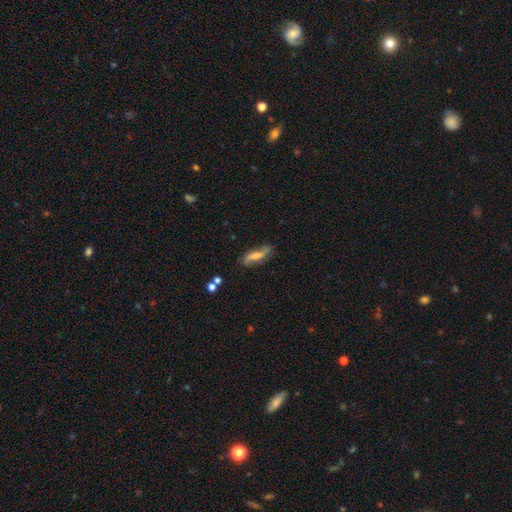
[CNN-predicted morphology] Overall: featured or disk (58%; smooth 34%). Edge-on disk: no (74%). Merging: none (69%).